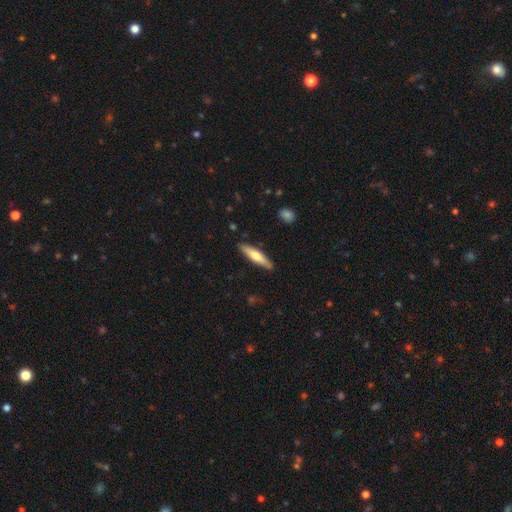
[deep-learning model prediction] Overall: smooth (55%; featured or disk 39%). How rounded: cigar-shaped (82%). Merging: none (88%).